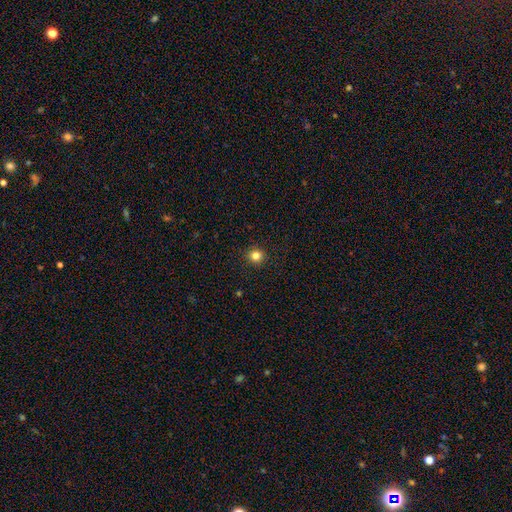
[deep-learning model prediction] Smooth or featured?
  - smooth: 83% *
  - star or artifact: 12%
  - featured or disk: 5%
How rounded?
  - round: 92% *
  - in between: 7%
  - cigar-shaped: 1%
Merging?
  - none: 93% *
  - minor disturbance: 5%
  - major disturbance: 2%
  - merger: 1%